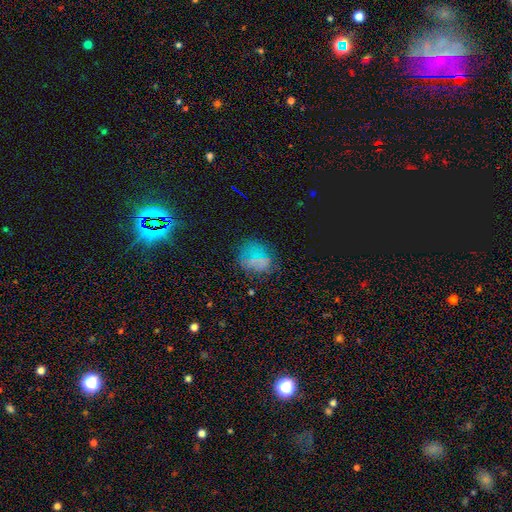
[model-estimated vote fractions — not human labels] Smooth or featured? smooth (45%)
Merging? none (67%)